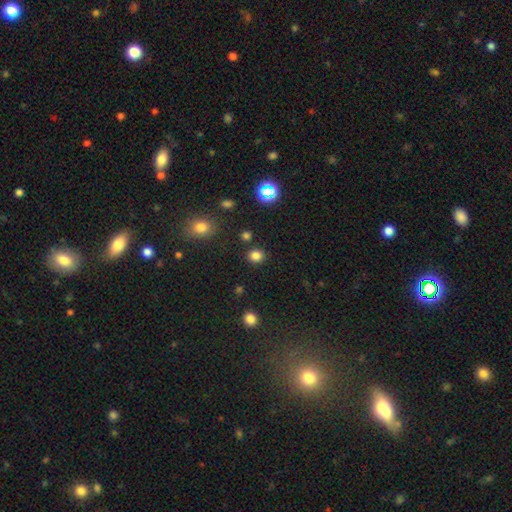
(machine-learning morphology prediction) smooth_or_featured: smooth (p=0.80) [alt: star or artifact p=0.15]
how_rounded: round (p=0.79) [alt: in between p=0.20]
merging: none (p=0.87) [alt: minor disturbance p=0.07]